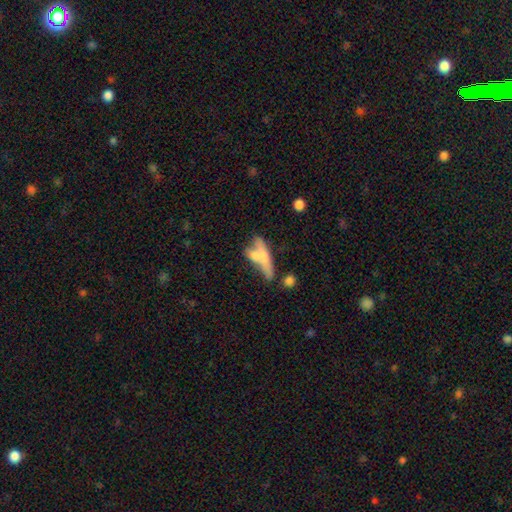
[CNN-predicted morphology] A smooth galaxy with no disk features (55%) that is cigar-shaped (59%).

Vote fractions:
- Smooth or featured? smooth: 55% / featured or disk: 36% / star or artifact: 8%
- How rounded? cigar-shaped: 59% / in between: 36% / round: 5%
- Merging? merger: 41% / none: 32% / minor disturbance: 15% / major disturbance: 12%